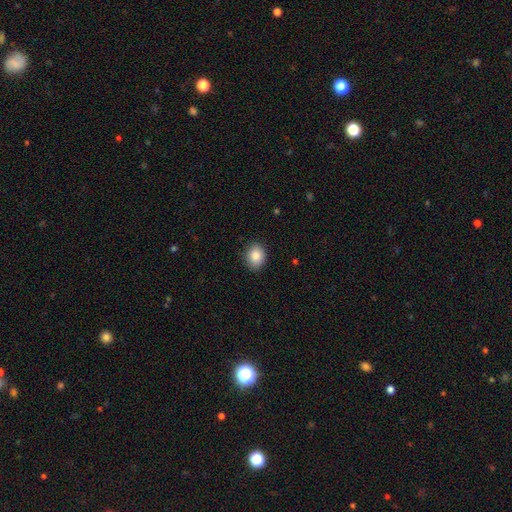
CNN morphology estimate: This is clearly a smooth galaxy (86%). How rounded: possibly round (57%). Merging: clearly none (88%).